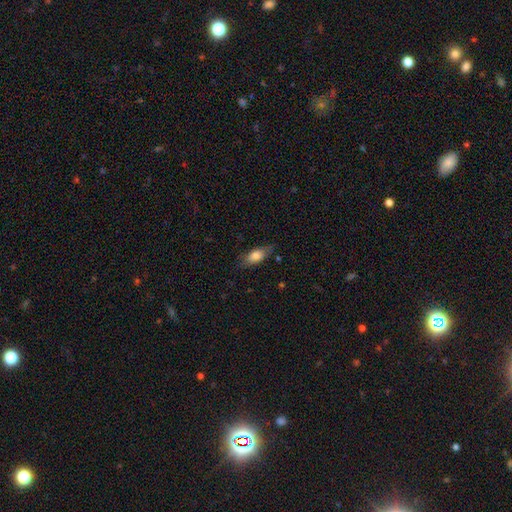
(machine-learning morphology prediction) smooth-or-featured: smooth: 73% | featured or disk: 20% | star or artifact: 7%
  how-rounded: in between: 77% | cigar-shaped: 19% | round: 4%
  merging: none: 73% | minor disturbance: 21% | major disturbance: 5% | merger: 1%